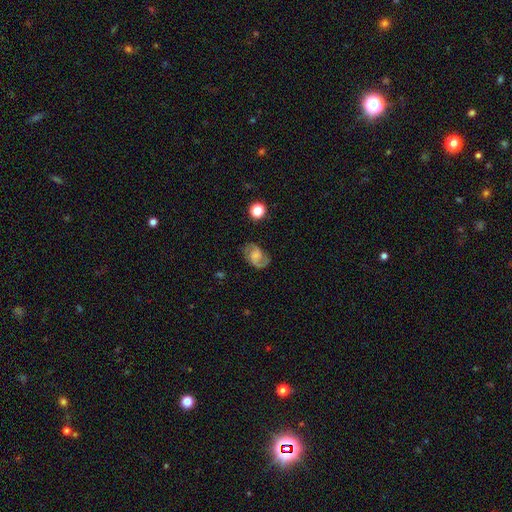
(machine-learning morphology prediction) The model was most divided on "bar": no: 51%, weak: 40%, strong: 9%. Remaining: edge-on disk — no (98%); spiral arms — yes (95%); spiral arm count — 2 (91%); smooth or featured — featured or disk (78%); merging — none (77%); spiral winding — medium (55%); bulge size — none (40%).